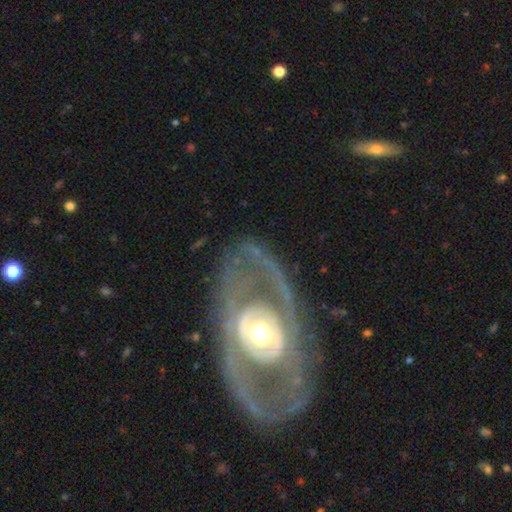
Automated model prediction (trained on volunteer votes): This appears to be a featured or disk galaxy (82%) with no bar (64%), spiral arms (63%) and a moderate central bulge (66%). Merging: none (69%).